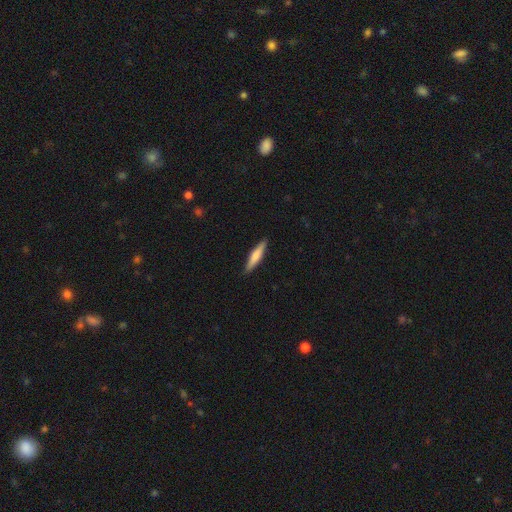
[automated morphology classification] A smooth galaxy with no disk features (63%) that is cigar-shaped (87%). Merging: none (90%).